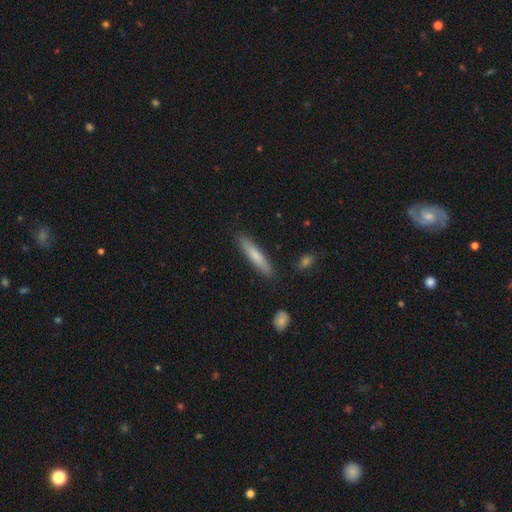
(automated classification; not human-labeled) Morphology: type=smooth (74%); roundness=cigar-shaped (91%); merging=none (88%).